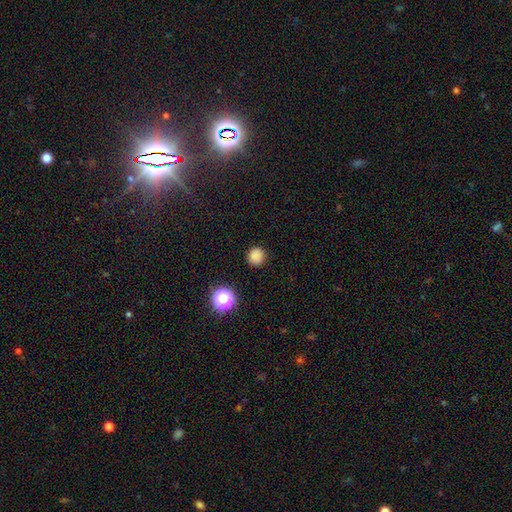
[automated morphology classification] smooth 82%, star or artifact 14%, featured or disk 3%. Down the decision tree: how rounded — round (94%); merging — none (90%).